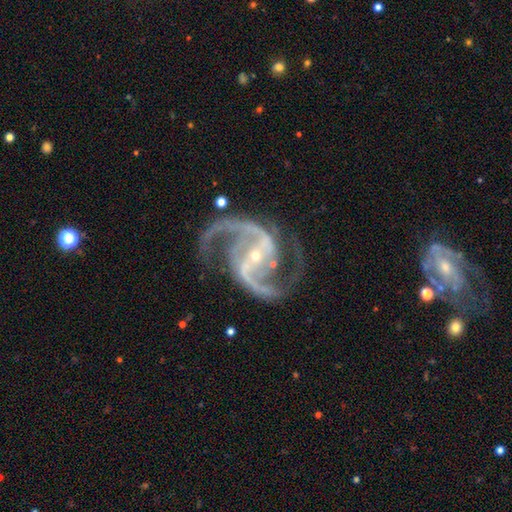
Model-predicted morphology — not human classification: A featured or disk galaxy (93%) with a strong bar (54%), 2 (93%) medium (60%) spiral arms (99%) and a small central bulge (80%). Merging: none (76%).